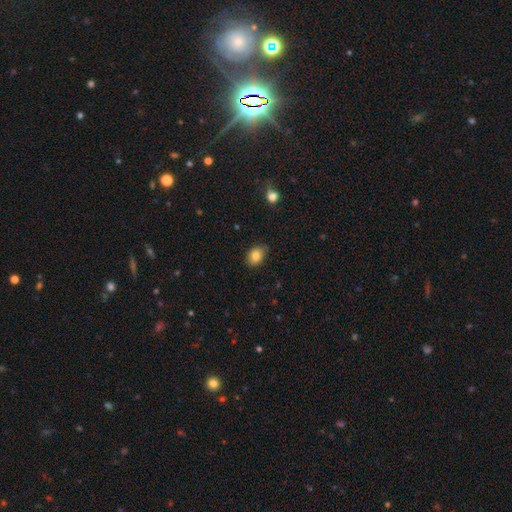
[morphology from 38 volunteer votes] Smooth or featured? 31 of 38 (82%) said smooth. How rounded? 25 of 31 (81%) said in between. Merging? 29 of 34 (85%) said none.